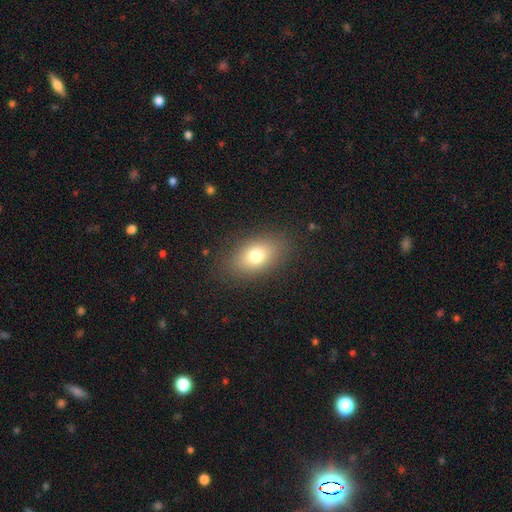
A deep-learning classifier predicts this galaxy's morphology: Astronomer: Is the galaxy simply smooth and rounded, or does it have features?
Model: smooth — 76%.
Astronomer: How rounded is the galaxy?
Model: in between — 83%.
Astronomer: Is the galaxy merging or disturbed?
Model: none — 84%.